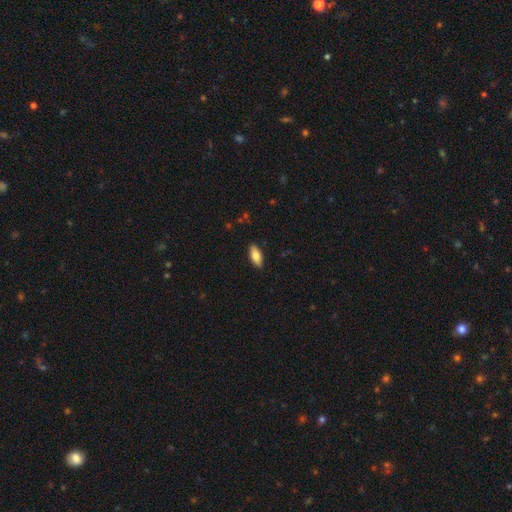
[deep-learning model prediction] This appears to be a smooth galaxy with no disk features (81%) that is in between round and cigar-shaped (86%). Merging: none (88%).